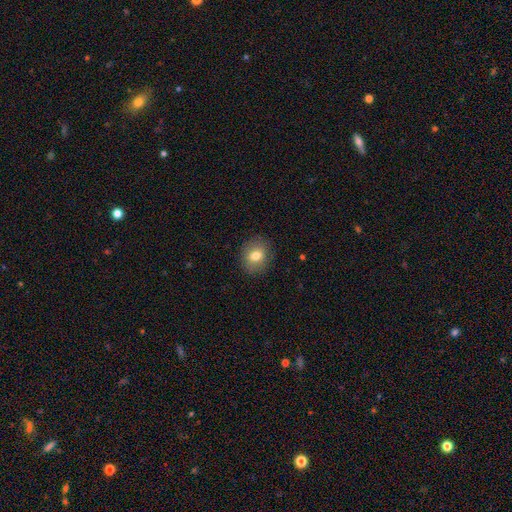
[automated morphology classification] type=smooth (75%); roundness=round (62%); merging=none (87%).